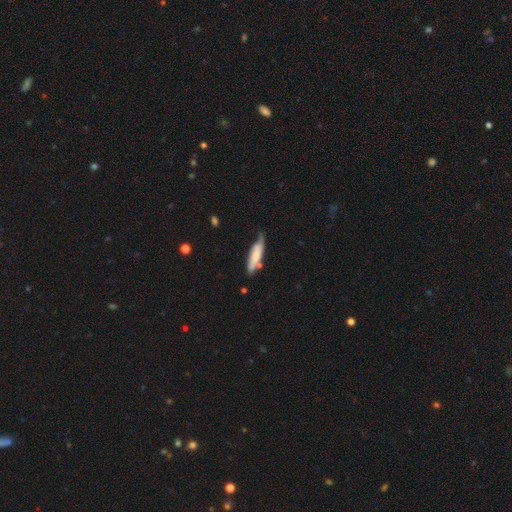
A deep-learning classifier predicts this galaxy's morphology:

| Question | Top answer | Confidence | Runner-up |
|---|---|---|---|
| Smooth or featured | smooth | 60% | featured or disk (34%) |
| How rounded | cigar-shaped | 71% | in between (28%) |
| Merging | none | 51% | minor disturbance (33%) |